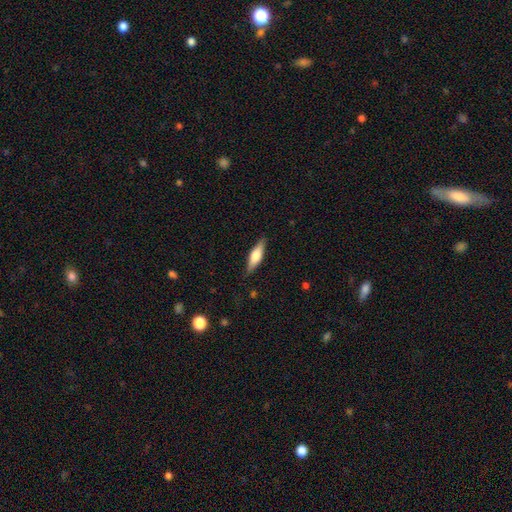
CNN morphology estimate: smooth-or-featured: smooth: 55% | featured or disk: 39% | star or artifact: 6%
  how-rounded: cigar-shaped: 53% | in between: 44% | round: 2%
  merging: none: 85% | minor disturbance: 11% | major disturbance: 3% | merger: 1%